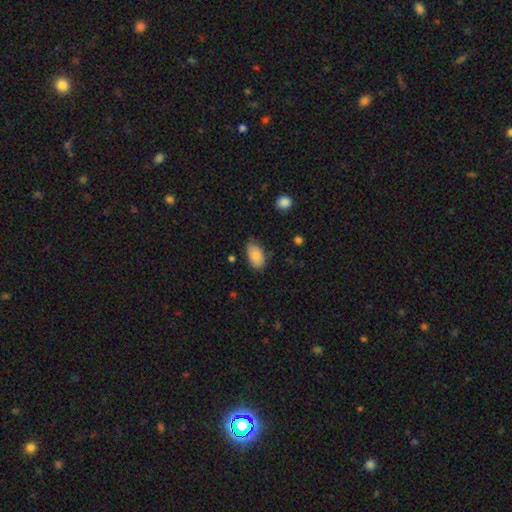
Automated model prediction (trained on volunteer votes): Smooth or featured? smooth (86%)
How rounded? in between (93%)
Merging? none (71%)